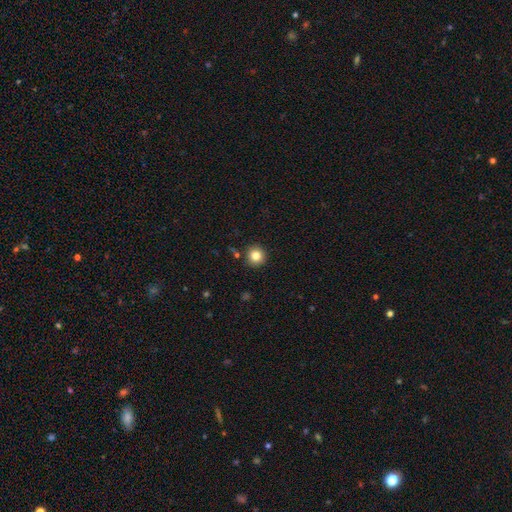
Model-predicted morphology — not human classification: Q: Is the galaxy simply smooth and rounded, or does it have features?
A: smooth — 83%.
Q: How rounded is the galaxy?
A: round — 95%.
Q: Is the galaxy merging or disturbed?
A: none — 90%.